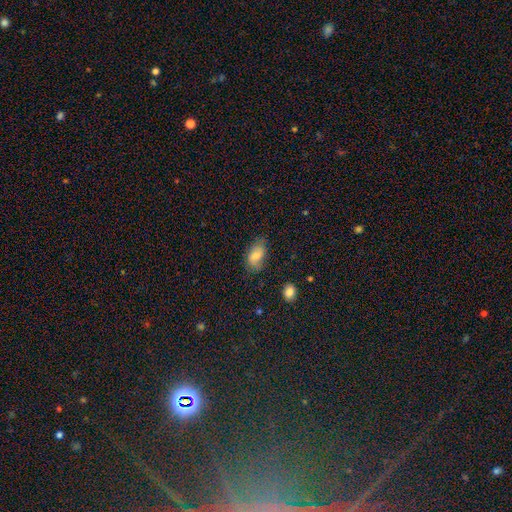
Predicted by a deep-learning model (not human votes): smooth-or-featured: smooth: 78% | featured or disk: 14% | star or artifact: 8%
  how-rounded: in between: 92% | round: 6% | cigar-shaped: 2%
  merging: none: 64% | minor disturbance: 27% | major disturbance: 7% | merger: 2%